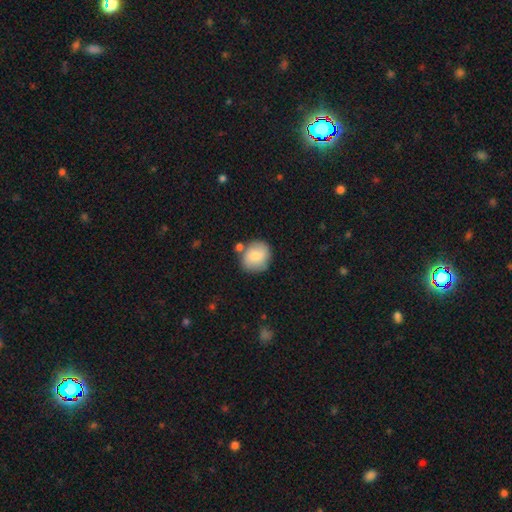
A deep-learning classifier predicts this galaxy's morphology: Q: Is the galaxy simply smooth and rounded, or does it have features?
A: smooth — 76%.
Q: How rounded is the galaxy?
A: round — 76%.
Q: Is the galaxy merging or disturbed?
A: none — 69%.